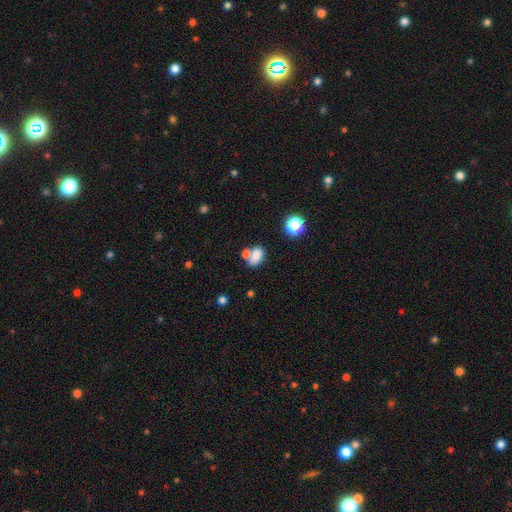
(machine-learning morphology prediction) A smooth galaxy with no disk features (80%) that is in between round and cigar-shaped (83%).

Vote fractions:
- Smooth or featured? smooth: 80% / star or artifact: 11% / featured or disk: 9%
- How rounded? in between: 83% / round: 15% / cigar-shaped: 2%
- Merging? none: 48% / merger: 33% / minor disturbance: 14% / major disturbance: 6%